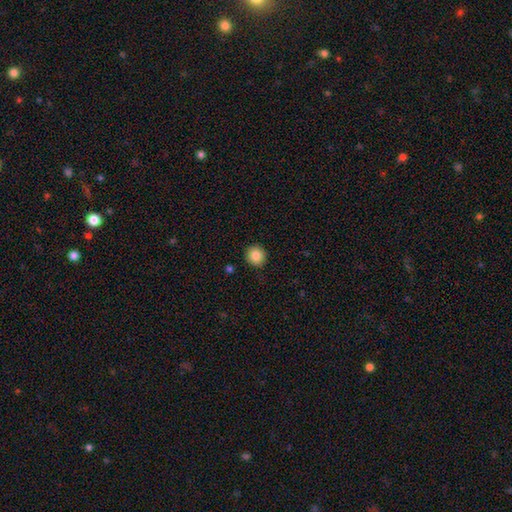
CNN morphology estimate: The model was most divided on "smooth or featured": smooth: 86%, star or artifact: 9%, featured or disk: 5%. More confident: how rounded — round (92%); merging — none (91%).